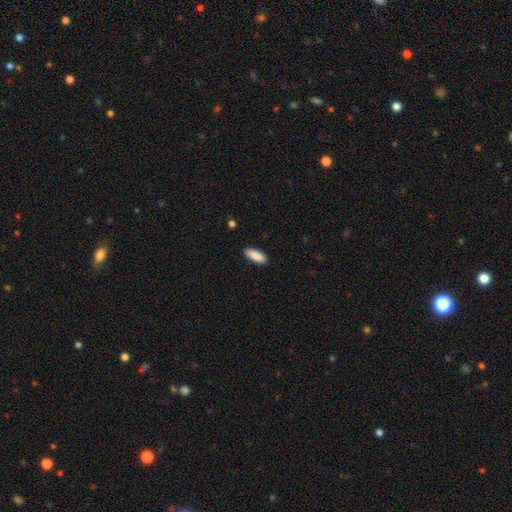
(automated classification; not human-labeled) A smooth galaxy with no disk features (90%) that is in between round and cigar-shaped (70%).

Vote fractions:
- Smooth or featured? smooth: 90% / star or artifact: 6% / featured or disk: 4%
- How rounded? in between: 70% / cigar-shaped: 29% / round: 2%
- Merging? none: 89% / minor disturbance: 8% / major disturbance: 2% / merger: 1%